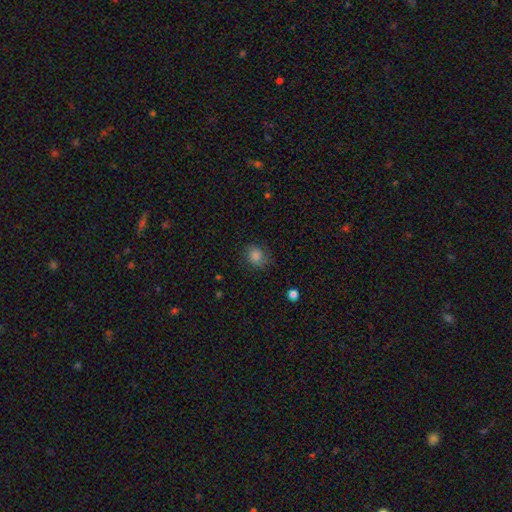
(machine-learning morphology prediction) Smooth or featured? smooth (79%)
How rounded? round (74%)
Merging? none (77%)